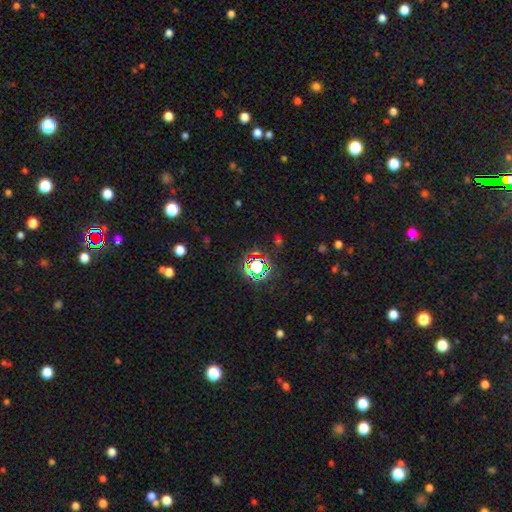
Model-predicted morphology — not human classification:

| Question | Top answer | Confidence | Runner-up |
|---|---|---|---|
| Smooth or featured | star or artifact | 73% | smooth (18%) |